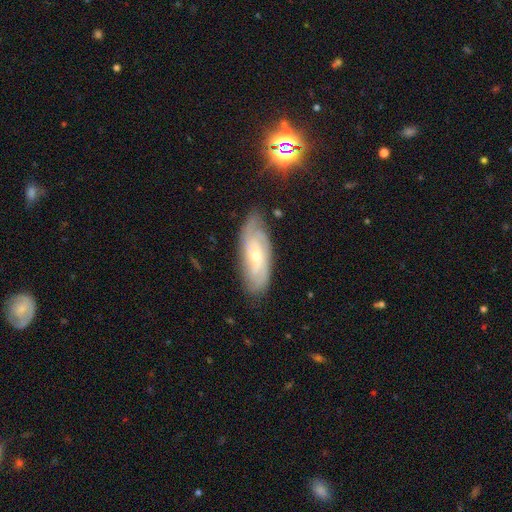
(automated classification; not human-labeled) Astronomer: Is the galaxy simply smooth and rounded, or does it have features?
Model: featured or disk — 78%.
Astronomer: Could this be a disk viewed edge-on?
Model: no — 89%.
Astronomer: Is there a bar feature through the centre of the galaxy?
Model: no — 65%.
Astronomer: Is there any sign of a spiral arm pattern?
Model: yes — 94%.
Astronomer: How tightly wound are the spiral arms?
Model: tight — 64%.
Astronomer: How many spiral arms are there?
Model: can't tell — 37% (runner-up: 3, 21%).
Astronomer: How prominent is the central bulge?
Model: small — 61%.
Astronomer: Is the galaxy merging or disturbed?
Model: none — 77%.